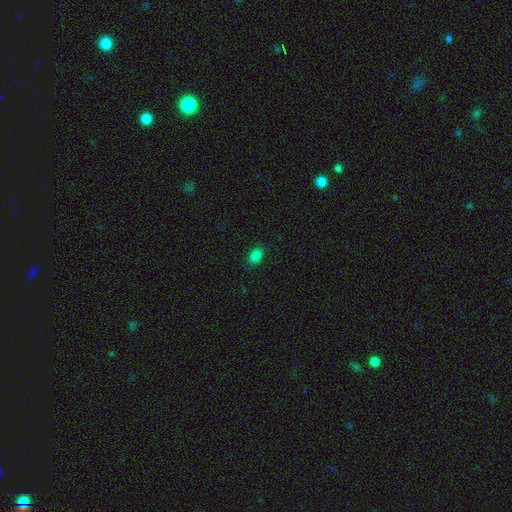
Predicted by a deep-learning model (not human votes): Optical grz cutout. It shows a smooth galaxy with no disk features (83%) that is in between round and cigar-shaped (75%). Merging: none (87%).